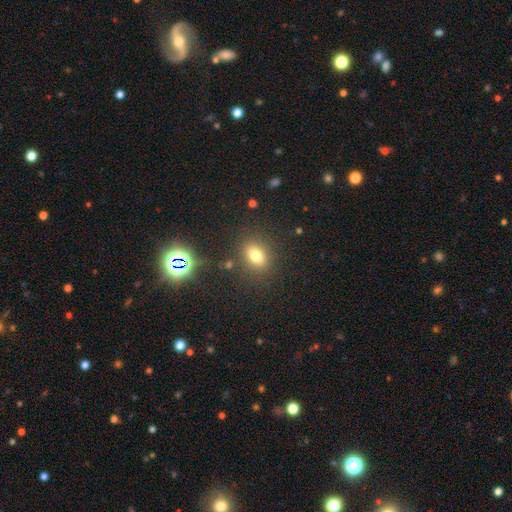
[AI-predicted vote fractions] smooth 76%, star or artifact 16%, featured or disk 9%. Down the decision tree: how rounded — in between (67%); merging — none (83%).